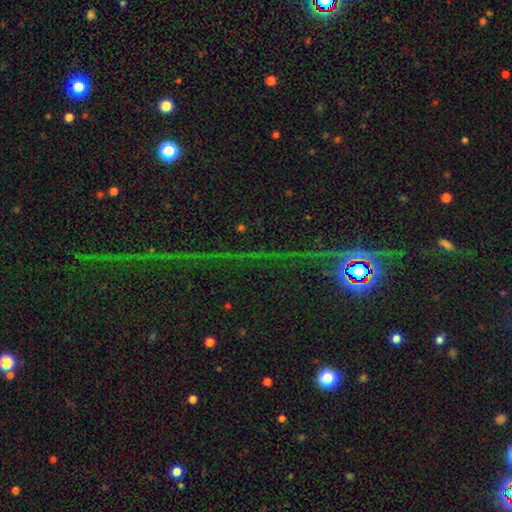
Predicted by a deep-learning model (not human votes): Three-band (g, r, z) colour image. It shows a star or artifact, not a galaxy (80%).